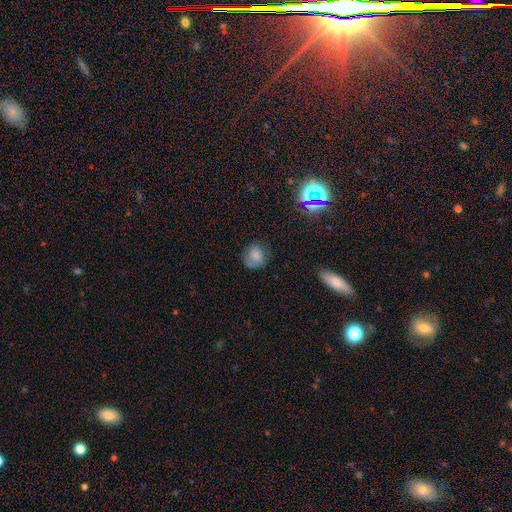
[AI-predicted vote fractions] The model was most divided on "merging": none: 68%, minor disturbance: 22%, major disturbance: 7%, merger: 2%. More confident: smooth or featured — smooth (78%); how rounded — round (76%).